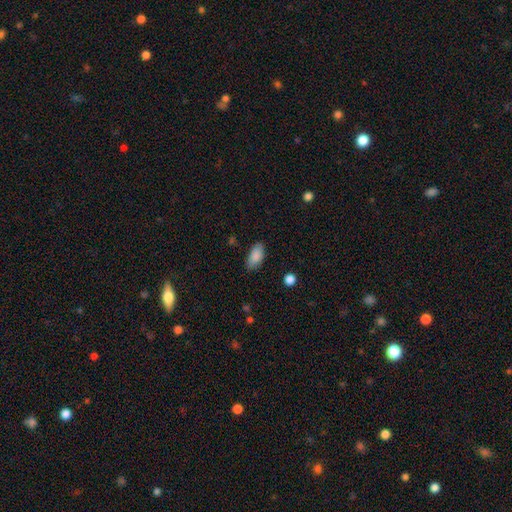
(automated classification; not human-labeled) Smooth or featured? Predicted: smooth (p=0.88). How rounded? Predicted: in between (p=0.91). Merging? Predicted: none (p=0.80).